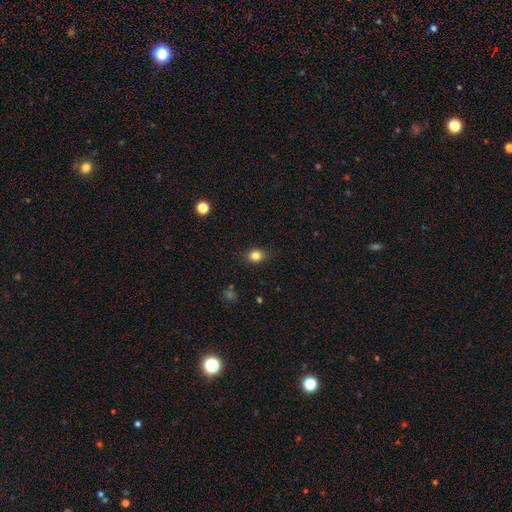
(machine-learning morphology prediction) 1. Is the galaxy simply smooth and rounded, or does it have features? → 82% smooth, 11% star or artifact, 7% featured or disk.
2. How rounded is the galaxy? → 54% round, 44% in between, 1% cigar-shaped.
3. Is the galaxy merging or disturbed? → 83% none, 13% minor disturbance, 3% major disturbance, 1% merger.